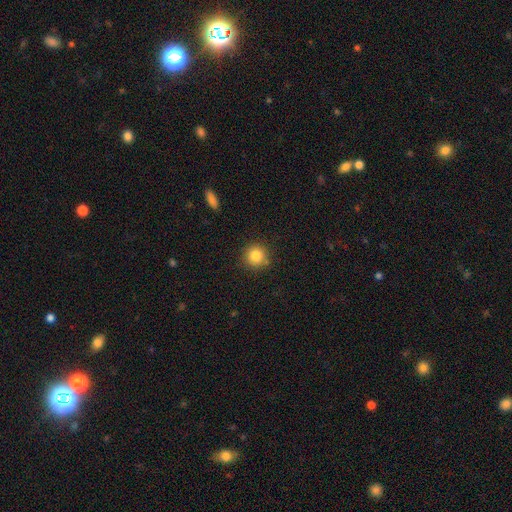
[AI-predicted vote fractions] This appears to be a smooth galaxy with no disk features (83%) that is round (94%). Merging: none (86%).